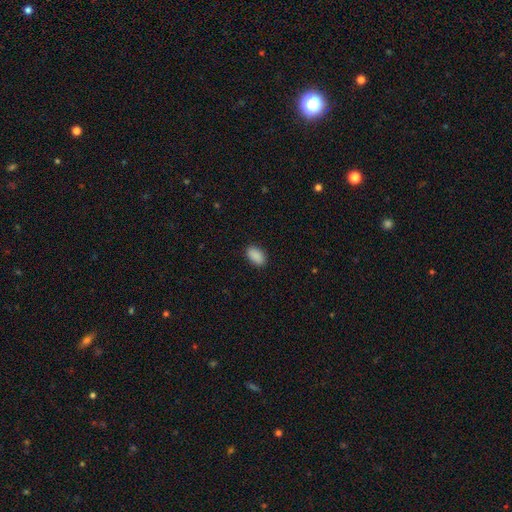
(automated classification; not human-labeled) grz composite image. It shows a smooth galaxy with no disk features (90%) that is in between round and cigar-shaped (94%). Merging: none (88%).